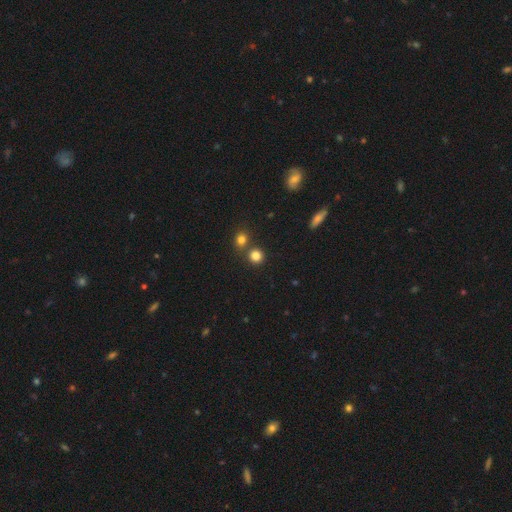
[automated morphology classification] Overall: smooth (81%). How rounded: round (89%). Merging: none (71%).